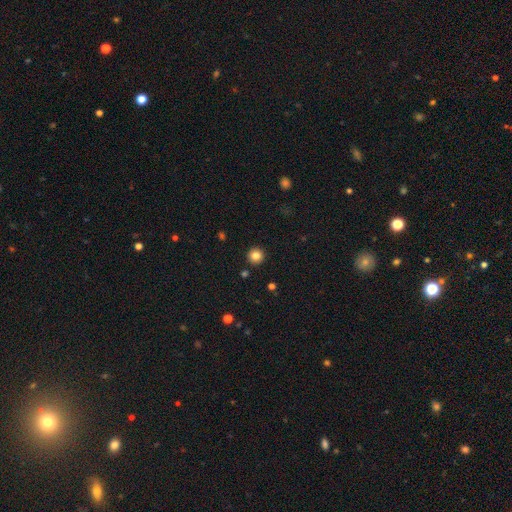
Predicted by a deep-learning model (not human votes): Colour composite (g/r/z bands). It shows a smooth galaxy with no disk features (83%) that is round (96%). Merging: none (92%).